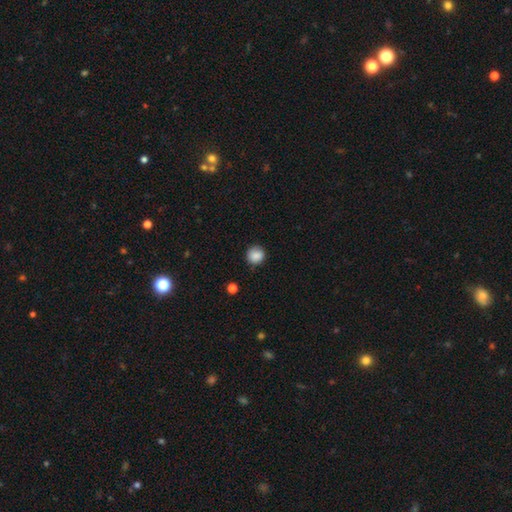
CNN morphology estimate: Overall: smooth (87%). How rounded: round (90%). Merging: none (83%).